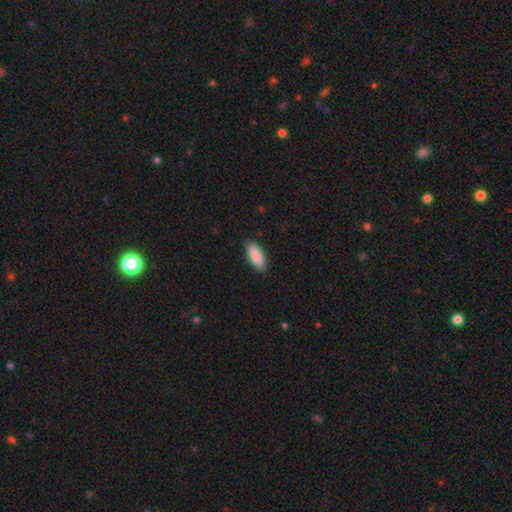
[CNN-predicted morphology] type=smooth (90%); roundness=in between (87%); merging=none (89%).